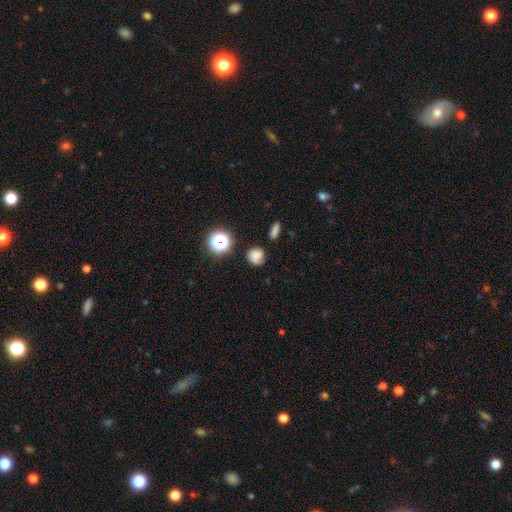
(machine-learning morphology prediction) smooth-or-featured: smooth: 70% | star or artifact: 17% | featured or disk: 13%
  how-rounded: round: 78% | in between: 21% | cigar-shaped: 1%
  merging: none: 64% | minor disturbance: 21% | major disturbance: 9% | merger: 6%